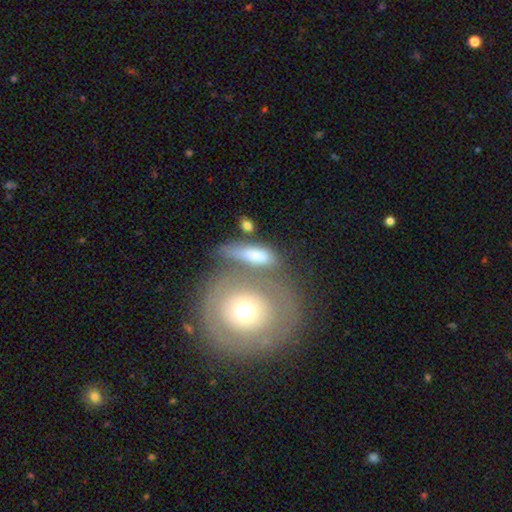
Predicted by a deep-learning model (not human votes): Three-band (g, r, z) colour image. It shows a smooth galaxy with no disk features (66%) that is in between round and cigar-shaped (61%). Merging: none (41%).